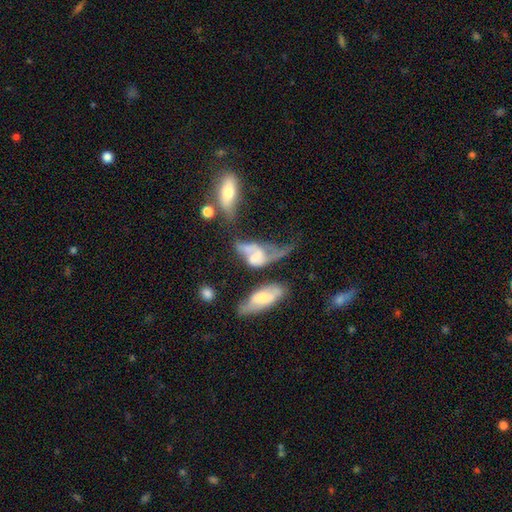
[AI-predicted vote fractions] Smooth or featured: featured or disk — 56% (smooth — 34%)
Edge-on disk: no — 86% (yes — 14%)
Merging: merger — 41% (major disturbance — 33%)